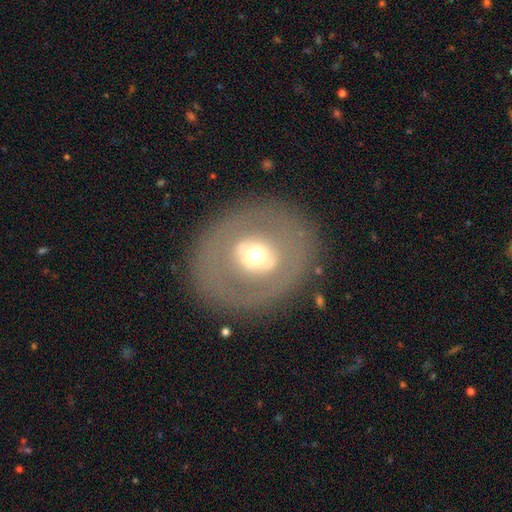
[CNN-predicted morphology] Smooth or featured?
  - featured or disk: 51% *
  - smooth: 41%
  - star or artifact: 8%
Edge-on disk?
  - no: 91% *
  - yes: 9%
Merging?
  - none: 83% *
  - minor disturbance: 9%
  - major disturbance: 7%
  - merger: 1%